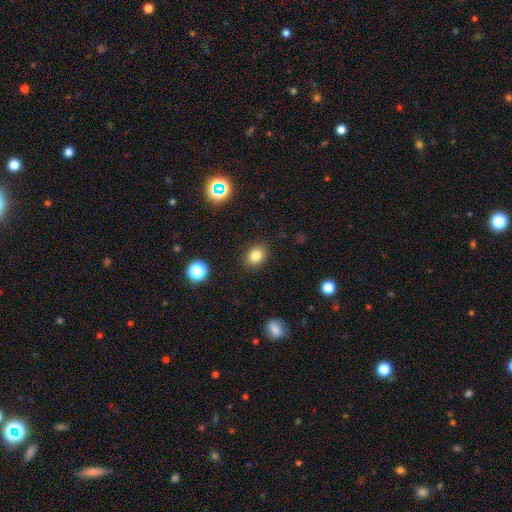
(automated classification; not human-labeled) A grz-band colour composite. It shows a smooth galaxy with no disk features (81%) that is in between round and cigar-shaped (55%). Merging: none (88%).